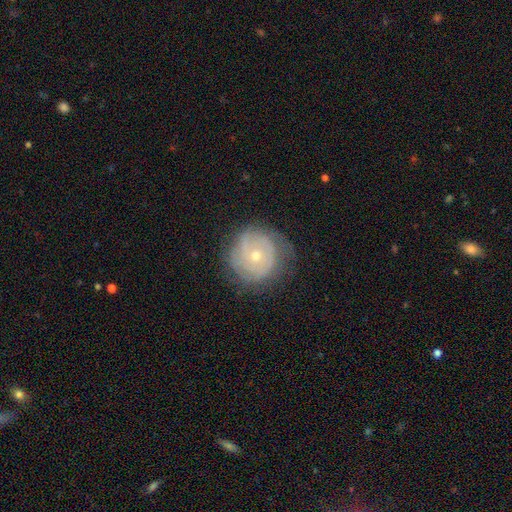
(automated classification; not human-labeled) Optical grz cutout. It shows a featured or disk galaxy (70%) with no bar (81%), tight (74%) spiral arms (83%) and a small central bulge (55%). Merging: none (73%).